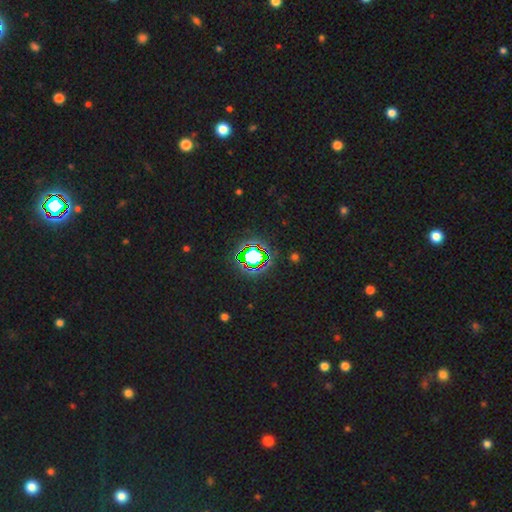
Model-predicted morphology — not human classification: Overall: star or artifact (71%).